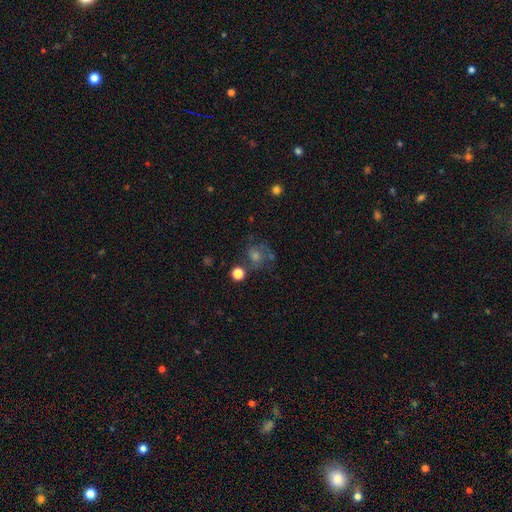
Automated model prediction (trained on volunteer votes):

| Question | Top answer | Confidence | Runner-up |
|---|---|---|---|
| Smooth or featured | featured or disk | 41% | smooth (33%) |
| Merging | none | 59% | minor disturbance (17%) |